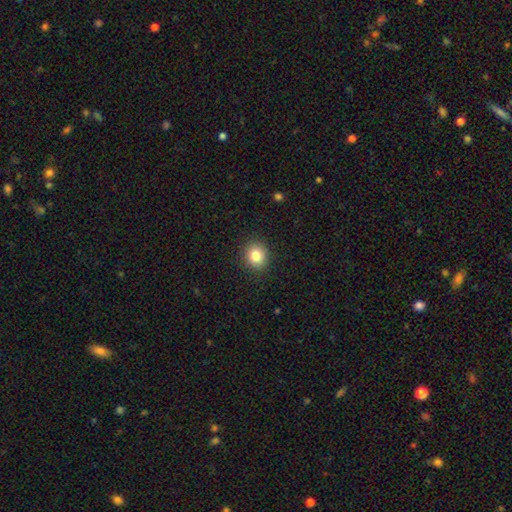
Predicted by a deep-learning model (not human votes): Overall: smooth (83%). How rounded: round (83%). Merging: none (90%).